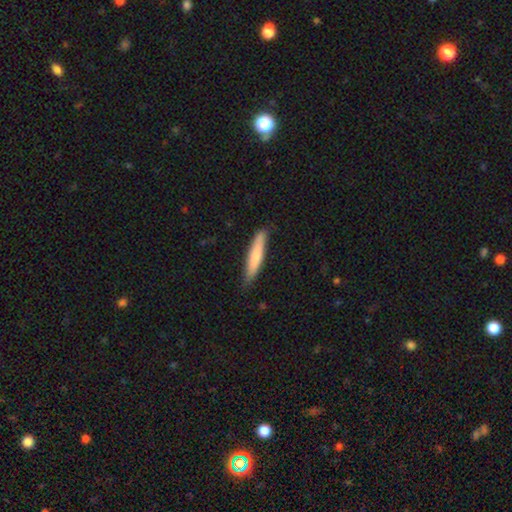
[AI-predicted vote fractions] smooth-or-featured: smooth: 73% | featured or disk: 22% | star or artifact: 5%
  how-rounded: cigar-shaped: 89% | in between: 10% | round: 1%
  merging: none: 80% | minor disturbance: 16% | major disturbance: 2% | merger: 1%